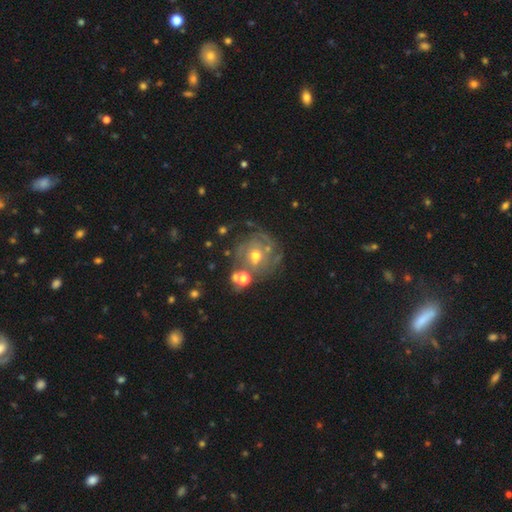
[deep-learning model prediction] Smooth or featured? Predicted: featured or disk (p=0.66). Edge-on disk? Predicted: no (p=0.97). Bar? Predicted: no (p=0.71). Spiral arms? Predicted: yes (p=0.70). Bulge size? Predicted: moderate (p=0.65). Merging? Predicted: none (p=0.53).